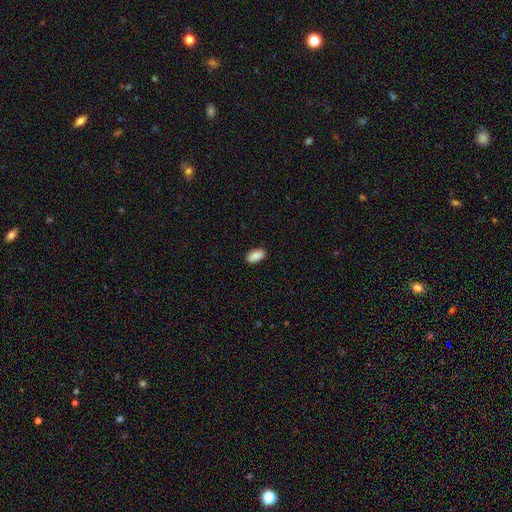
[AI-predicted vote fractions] A smooth galaxy with no disk features (90%) that is in between round and cigar-shaped (94%). Merging: none (89%).